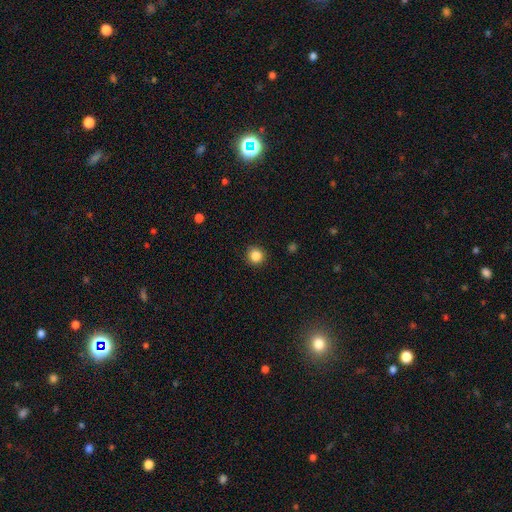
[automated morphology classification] smooth 85%, star or artifact 11%, featured or disk 4%. Down the decision tree: how rounded — round (92%); merging — none (91%).